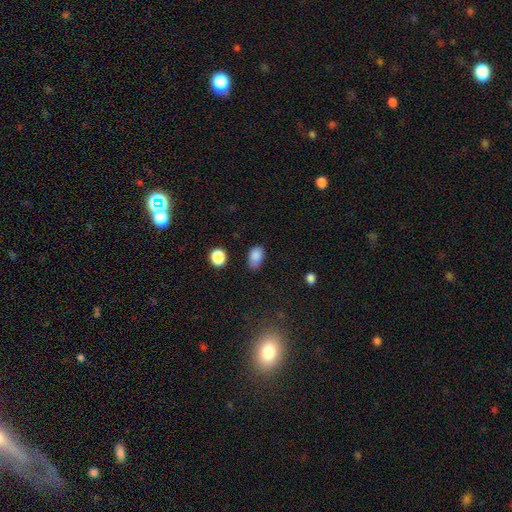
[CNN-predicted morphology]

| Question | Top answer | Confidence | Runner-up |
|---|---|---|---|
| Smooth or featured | smooth | 86% | star or artifact (10%) |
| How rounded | in between | 86% | round (12%) |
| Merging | none | 68% | minor disturbance (25%) |